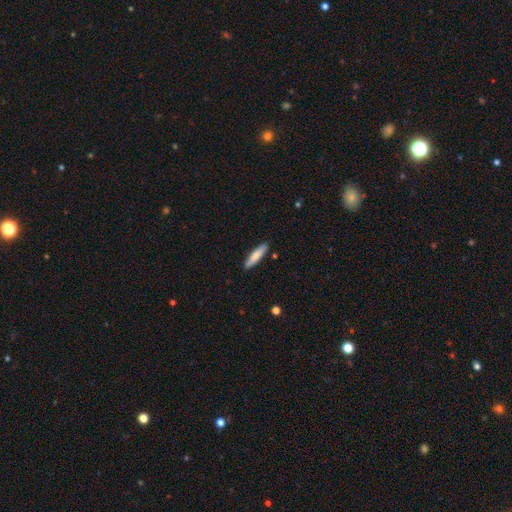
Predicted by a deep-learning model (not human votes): Smooth or featured: smooth — 78% (featured or disk — 16%)
How rounded: cigar-shaped — 82% (in between — 17%)
Merging: none — 88% (minor disturbance — 9%)